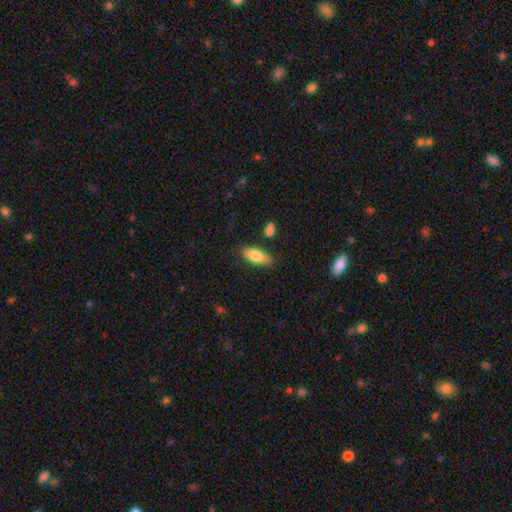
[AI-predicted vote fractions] Morphology: type=smooth (80%); roundness=in between (79%); merging=none (79%).